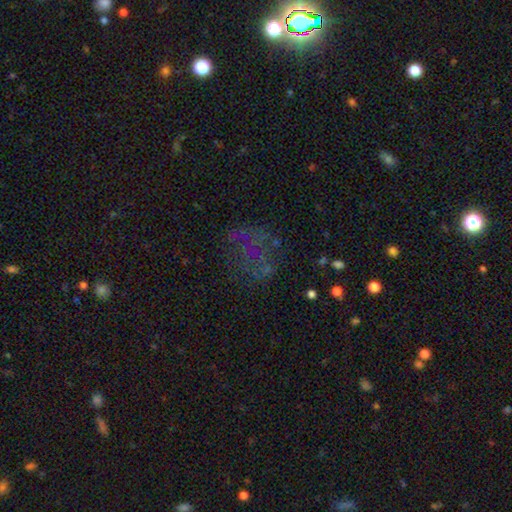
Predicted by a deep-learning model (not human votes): Smooth or featured: star or artifact — 41% (smooth — 36%)